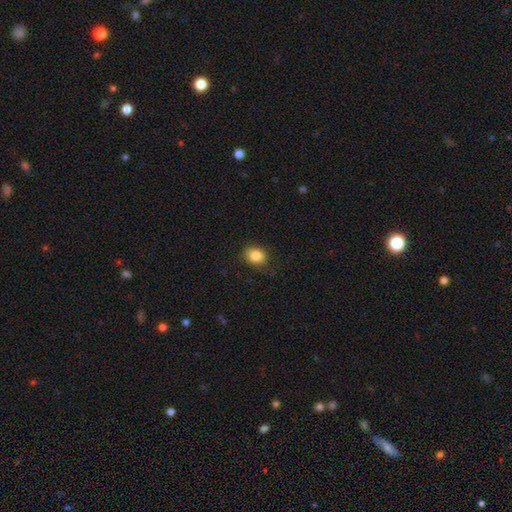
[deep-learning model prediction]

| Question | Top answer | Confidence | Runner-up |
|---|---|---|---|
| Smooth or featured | smooth | 85% | star or artifact (10%) |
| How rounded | round | 56% | in between (43%) |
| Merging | none | 83% | minor disturbance (14%) |